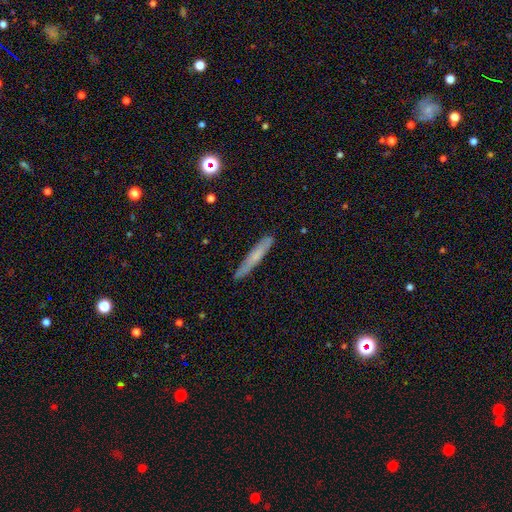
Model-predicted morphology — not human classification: Smooth or featured?
  - smooth: 59% *
  - featured or disk: 34%
  - star or artifact: 7%
How rounded?
  - cigar-shaped: 94% *
  - in between: 4%
  - round: 1%
Merging?
  - none: 86% *
  - minor disturbance: 11%
  - major disturbance: 2%
  - merger: 1%